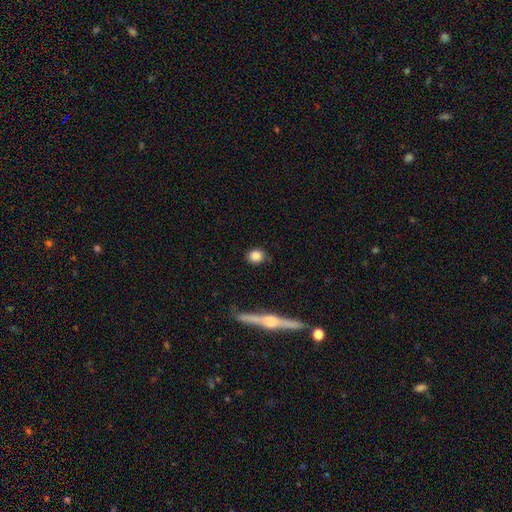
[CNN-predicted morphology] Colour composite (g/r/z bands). It shows a smooth galaxy with no disk features (84%) that is round (81%). Merging: none (84%).